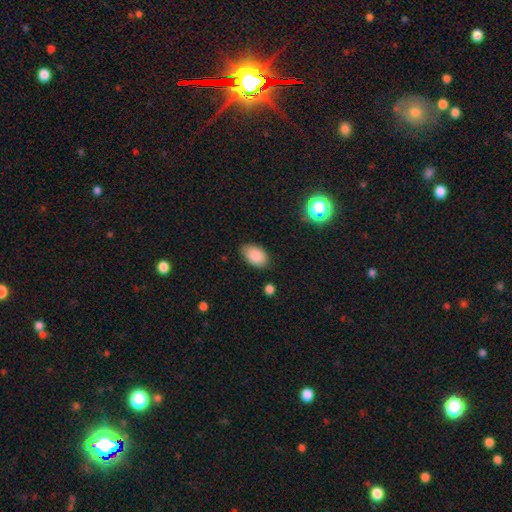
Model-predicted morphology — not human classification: A smooth galaxy with no disk features (86%) that is in between round and cigar-shaped (91%).

Vote fractions:
- Smooth or featured? smooth: 86% / star or artifact: 9% / featured or disk: 5%
- How rounded? in between: 91% / round: 8% / cigar-shaped: 1%
- Merging? none: 77% / minor disturbance: 18% / major disturbance: 3% / merger: 2%